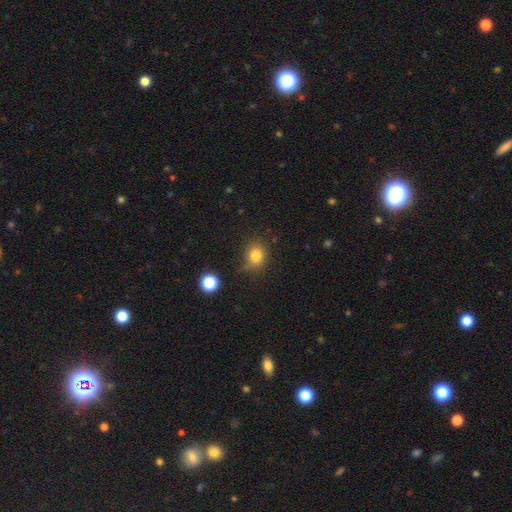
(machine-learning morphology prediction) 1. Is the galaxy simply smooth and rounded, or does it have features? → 79% smooth, 13% star or artifact, 8% featured or disk.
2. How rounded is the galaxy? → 69% round, 30% in between, 1% cigar-shaped.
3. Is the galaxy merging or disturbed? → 66% none, 23% minor disturbance, 7% major disturbance, 4% merger.